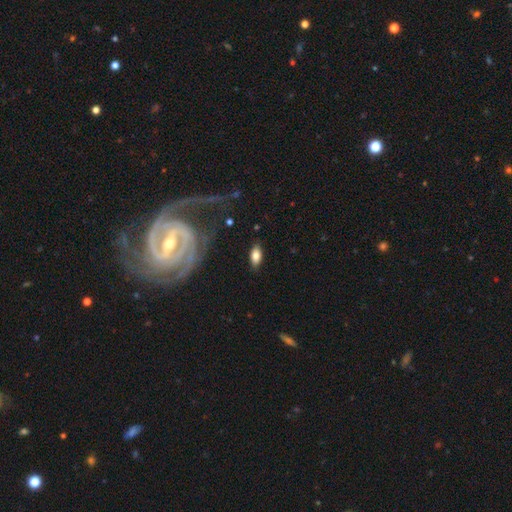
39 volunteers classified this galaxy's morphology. Q: Smooth or featured?
A: smooth (85%); runner-up: featured or disk (10%)
Q: How rounded?
A: in between (85%); runner-up: cigar-shaped (9%)
Q: Merging?
A: none (84%); runner-up: minor disturbance (11%)